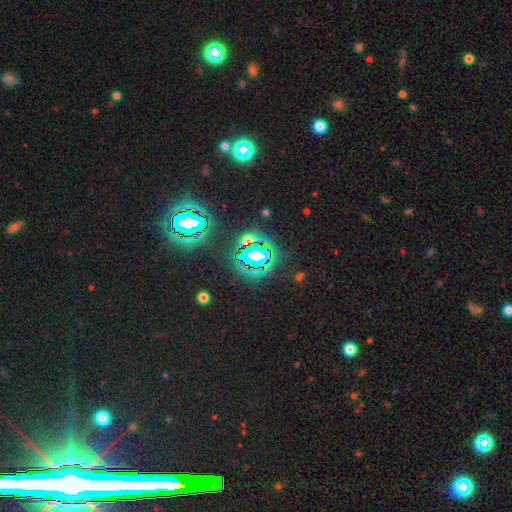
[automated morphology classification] type=star or artifact (70%).